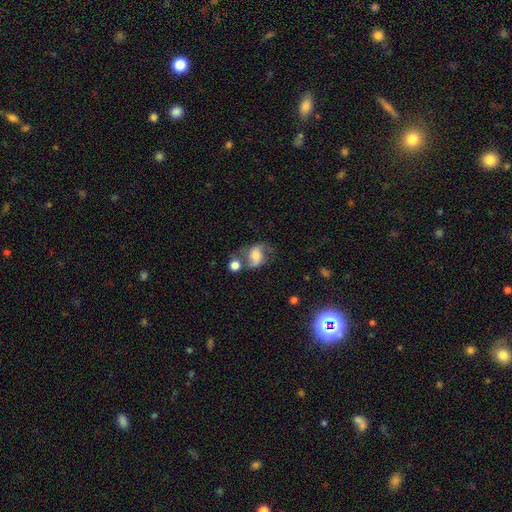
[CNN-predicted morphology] featured or disk 50%, smooth 40%, star or artifact 10%. Down the decision tree: edge-on disk — no (97%); merging — none (39%).